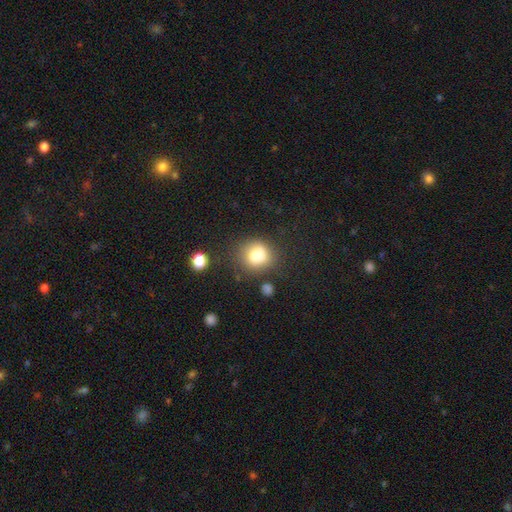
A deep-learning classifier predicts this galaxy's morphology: Smooth or featured?
  - smooth: 73% *
  - featured or disk: 15%
  - star or artifact: 12%
How rounded?
  - round: 77% *
  - in between: 22%
  - cigar-shaped: 1%
Merging?
  - none: 57% *
  - merger: 22%
  - minor disturbance: 15%
  - major disturbance: 6%